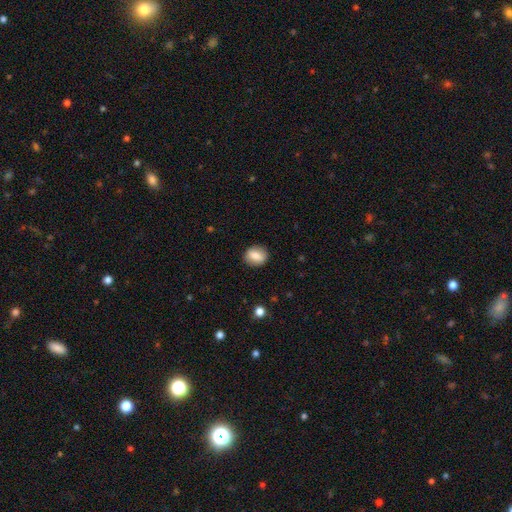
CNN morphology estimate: This is likely a smooth galaxy (78%). How rounded: possibly round (55%). Merging: clearly none (87%).